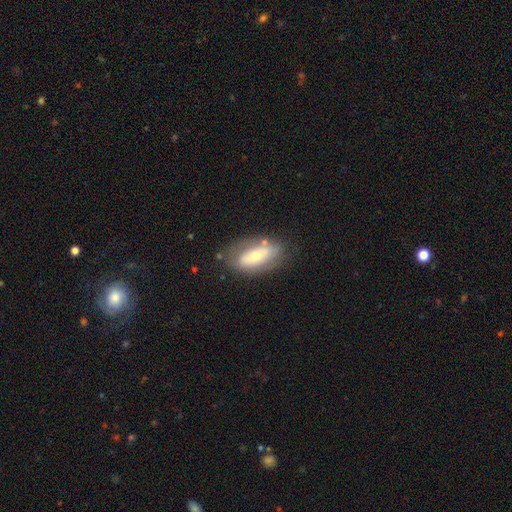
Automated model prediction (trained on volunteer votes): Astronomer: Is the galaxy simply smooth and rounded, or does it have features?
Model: smooth — 52% (runner-up: featured or disk, 41%).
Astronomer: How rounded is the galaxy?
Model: in between — 86%.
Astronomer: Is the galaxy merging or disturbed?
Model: none — 69%.